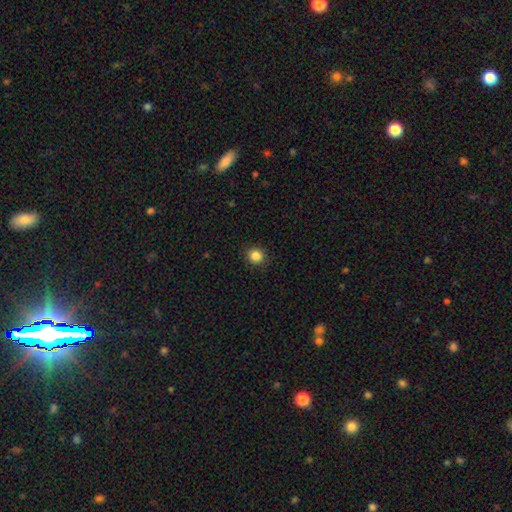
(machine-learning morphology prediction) A smooth galaxy with no disk features (85%) that is round (90%). Merging: none (91%).